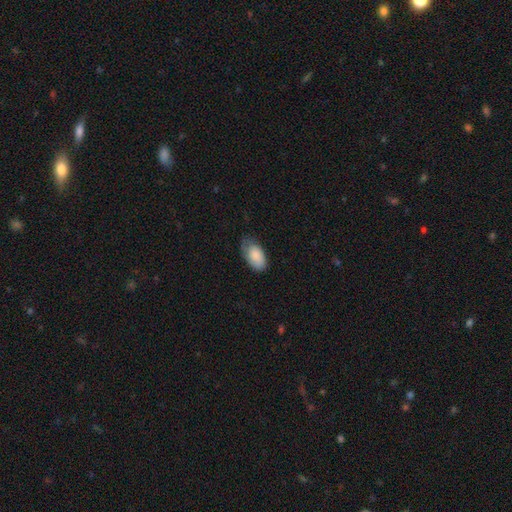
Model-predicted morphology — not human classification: Q: Smooth or featured?
A: smooth (84%); runner-up: featured or disk (10%)
Q: How rounded?
A: in between (95%); runner-up: round (3%)
Q: Merging?
A: none (53%); runner-up: minor disturbance (35%)